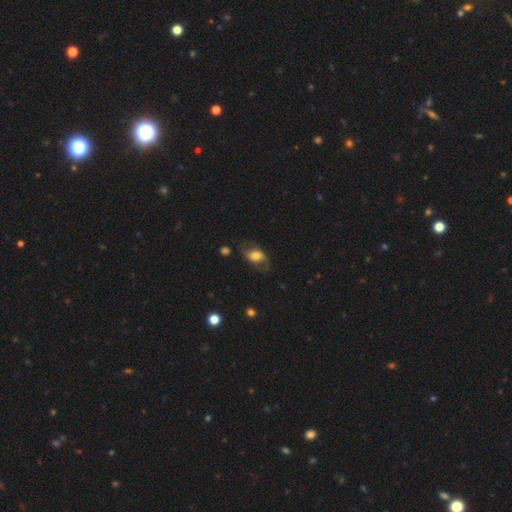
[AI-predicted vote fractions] A smooth galaxy with no disk features (48%).

Vote fractions:
- Smooth or featured? smooth: 48% / featured or disk: 44% / star or artifact: 8%
- Merging? none: 64% / minor disturbance: 21% / major disturbance: 13% / merger: 2%